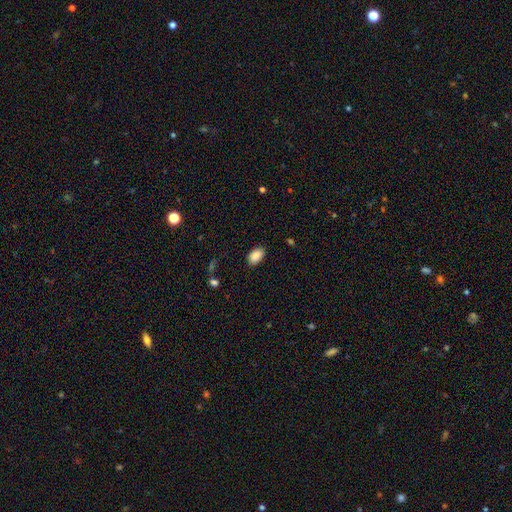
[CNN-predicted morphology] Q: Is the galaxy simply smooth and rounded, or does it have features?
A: smooth — 87%.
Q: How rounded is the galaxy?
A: in between — 90%.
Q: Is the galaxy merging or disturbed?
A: none — 86%.